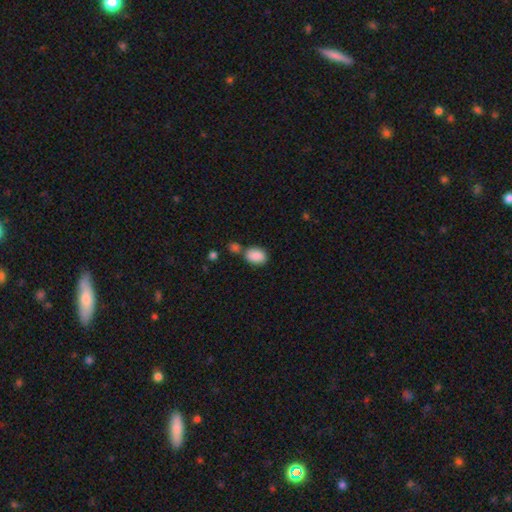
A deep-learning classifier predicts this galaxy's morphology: smooth_or_featured: smooth (p=0.88) [alt: star or artifact p=0.08]
how_rounded: in between (p=0.80) [alt: round p=0.19]
merging: none (p=0.58) [alt: merger p=0.24]